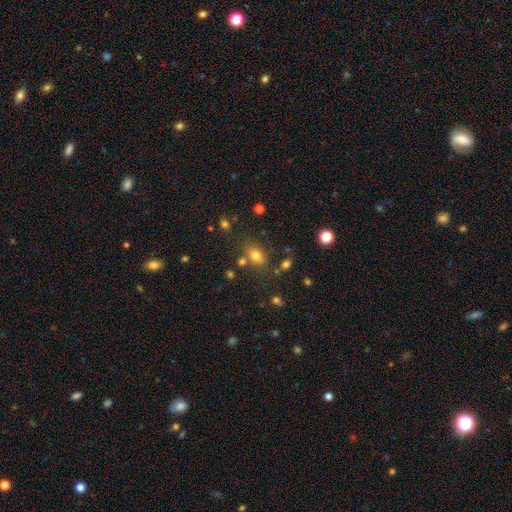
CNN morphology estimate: Smooth or featured?
  - smooth: 74% *
  - star or artifact: 15%
  - featured or disk: 12%
How rounded?
  - in between: 71% *
  - round: 27%
  - cigar-shaped: 2%
Merging?
  - none: 69% *
  - minor disturbance: 15%
  - merger: 11%
  - major disturbance: 5%